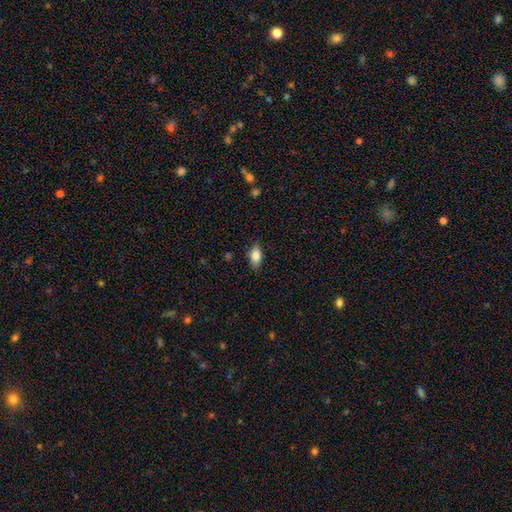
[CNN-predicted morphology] smooth-or-featured: smooth: 82% | featured or disk: 10% | star or artifact: 8%
  how-rounded: in between: 89% | cigar-shaped: 6% | round: 5%
  merging: none: 85% | minor disturbance: 11% | major disturbance: 2% | merger: 1%